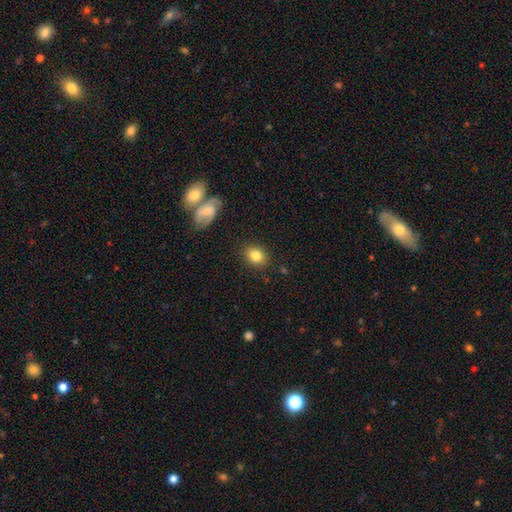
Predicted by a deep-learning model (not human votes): Smooth or featured: smooth — 82% (star or artifact — 9%)
How rounded: in between — 51% (round — 48%)
Merging: none — 87% (minor disturbance — 9%)